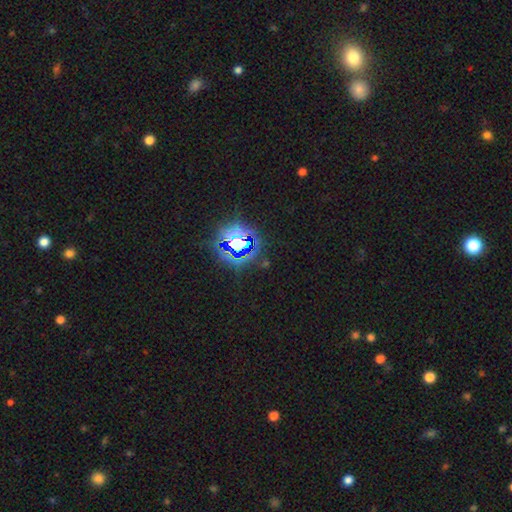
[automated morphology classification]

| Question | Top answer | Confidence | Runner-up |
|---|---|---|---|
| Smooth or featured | star or artifact | 82% | smooth (11%) |